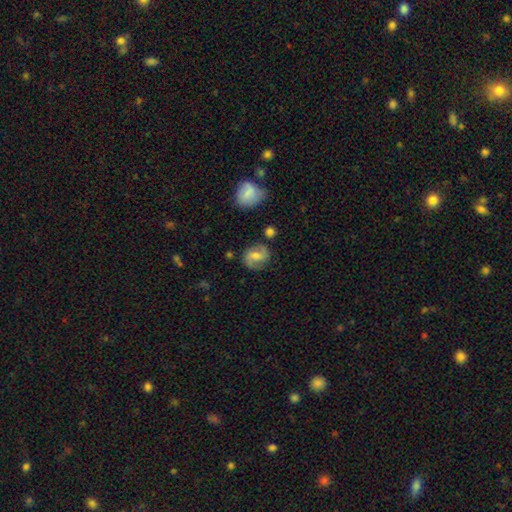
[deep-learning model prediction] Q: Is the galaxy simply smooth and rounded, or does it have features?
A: featured or disk — 59%.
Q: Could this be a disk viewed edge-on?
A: no — 97%.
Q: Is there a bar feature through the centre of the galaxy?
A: weak — 49%.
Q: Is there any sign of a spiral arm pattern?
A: yes — 88%.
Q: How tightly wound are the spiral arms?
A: medium — 47%.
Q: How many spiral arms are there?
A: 2 — 86%.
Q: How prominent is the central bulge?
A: moderate — 51%.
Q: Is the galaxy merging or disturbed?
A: none — 76%.